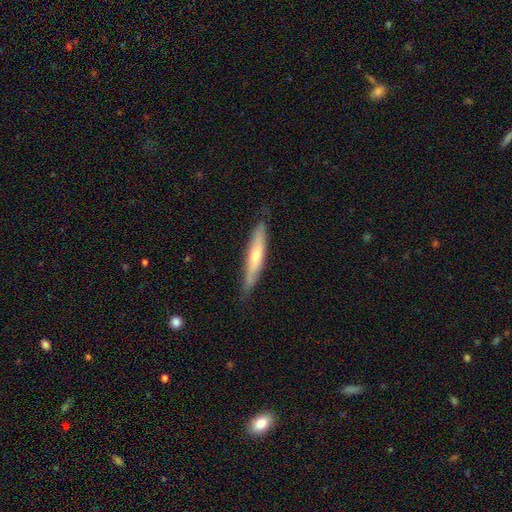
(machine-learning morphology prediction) Q: Smooth or featured?
A: featured or disk (50%); runner-up: smooth (44%)
Q: Edge-on disk?
A: yes (81%); runner-up: no (19%)
Q: Merging?
A: none (79%); runner-up: minor disturbance (17%)